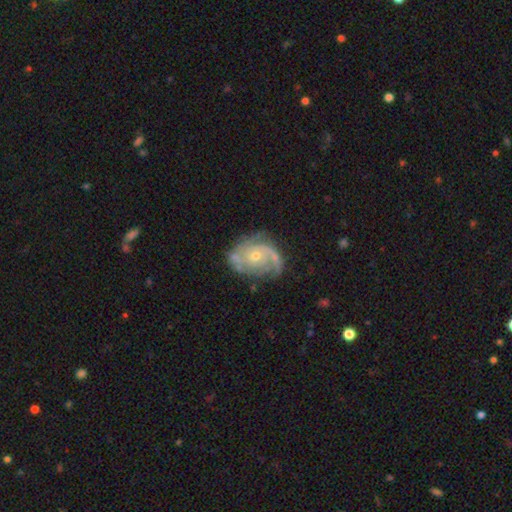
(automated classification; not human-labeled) The model was most divided on "bulge size": small: 53%, moderate: 44%, large: 1%, none: 1%, dominant: 1%. Remaining: edge-on disk — no (97%); spiral arms — yes (95%); smooth or featured — featured or disk (86%); bar — no (73%); merging — none (64%); spiral winding — tight (52%); spiral arm count — 2 (46%).